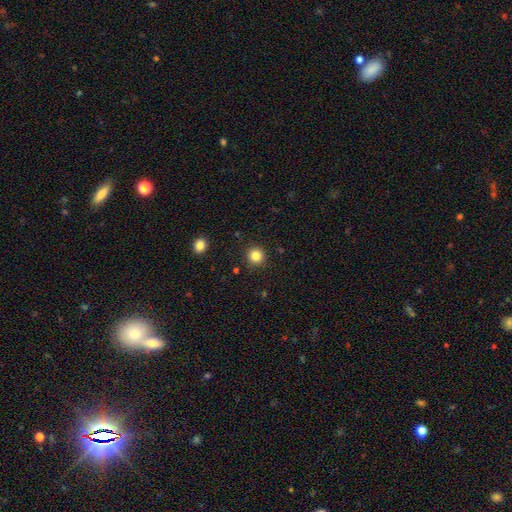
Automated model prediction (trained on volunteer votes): Q: Smooth or featured?
A: smooth (84%); runner-up: star or artifact (12%)
Q: How rounded?
A: round (93%); runner-up: in between (6%)
Q: Merging?
A: none (90%); runner-up: minor disturbance (6%)